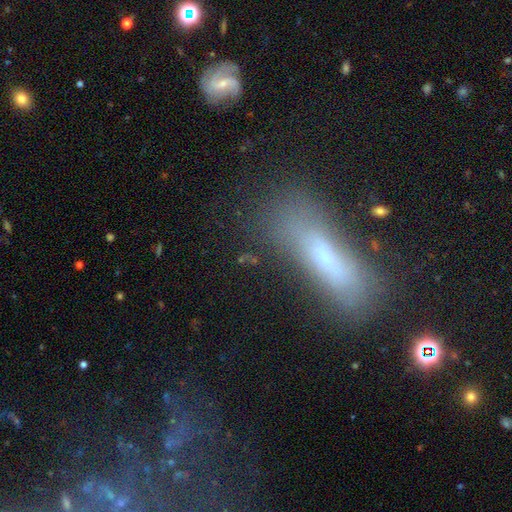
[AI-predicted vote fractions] Smooth or featured? Predicted: smooth (p=0.52). How rounded? Predicted: cigar-shaped (p=0.60). Merging? Predicted: none (p=0.63).